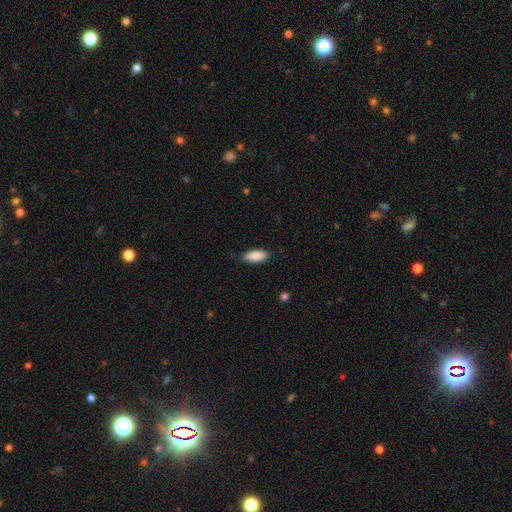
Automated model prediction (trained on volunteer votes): This is clearly a smooth galaxy (89%). How rounded: clearly in between (81%). Merging: clearly none (84%).